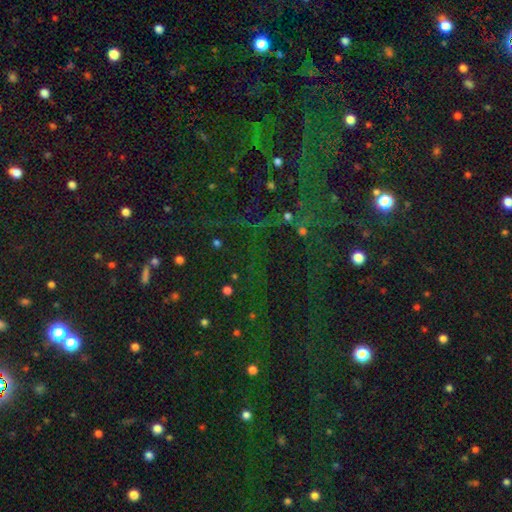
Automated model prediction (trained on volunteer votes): Smooth or featured? star or artifact (80%)